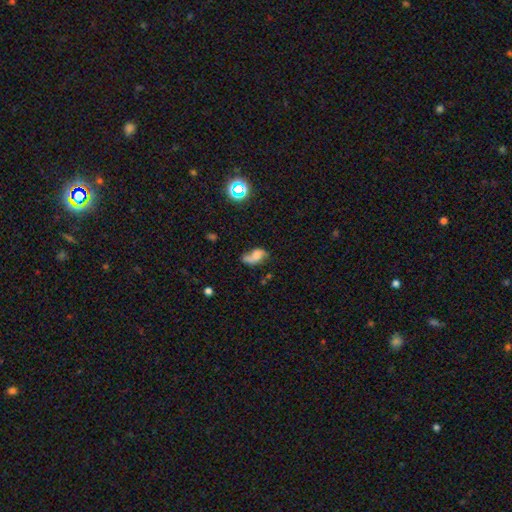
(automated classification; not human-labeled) Smooth or featured? Predicted: smooth (p=0.50). Merging? Predicted: none (p=0.35).